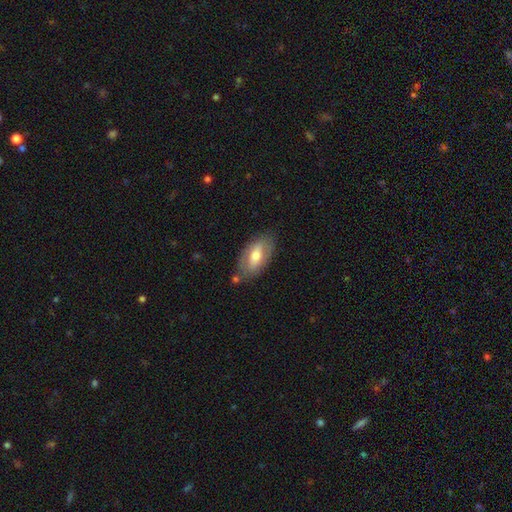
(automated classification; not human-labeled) Morphology: type=smooth (54%); roundness=in between (91%); merging=none (74%).